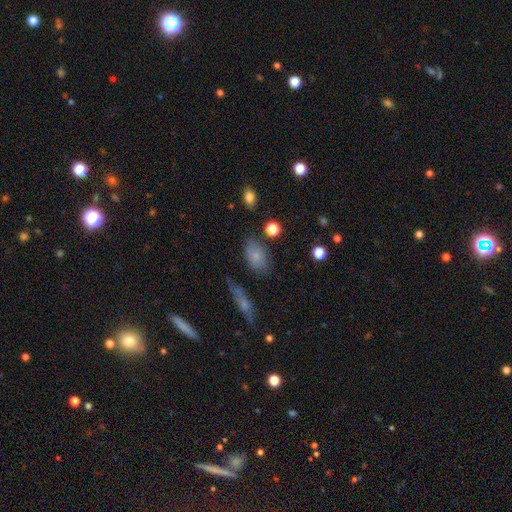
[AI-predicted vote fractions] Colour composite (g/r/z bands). It shows a smooth galaxy with no disk features (79%) that is in between round and cigar-shaped (86%). Merging: none (71%).